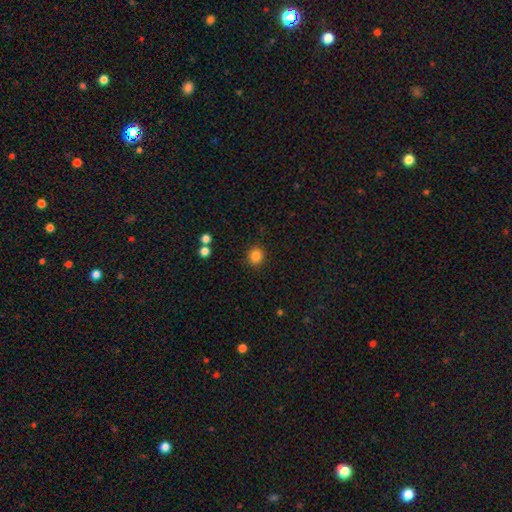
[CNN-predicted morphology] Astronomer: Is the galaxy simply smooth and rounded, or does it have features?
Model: smooth — 85%.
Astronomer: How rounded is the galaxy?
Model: round — 88%.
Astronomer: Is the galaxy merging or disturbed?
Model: none — 89%.